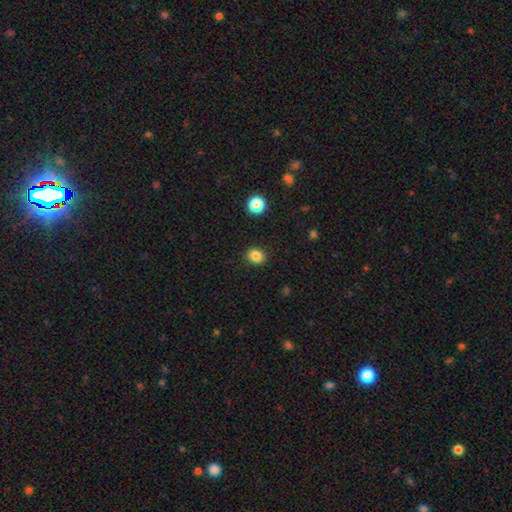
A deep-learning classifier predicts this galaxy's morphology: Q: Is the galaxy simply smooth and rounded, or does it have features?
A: smooth — 84%.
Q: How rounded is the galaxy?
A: round — 66%.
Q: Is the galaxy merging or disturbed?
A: none — 89%.